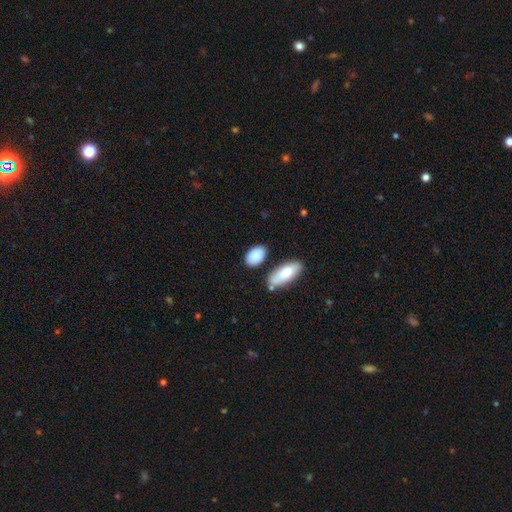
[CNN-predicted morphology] Smooth or featured: smooth — 88% (featured or disk — 6%)
How rounded: in between — 90% (round — 7%)
Merging: none — 72% (minor disturbance — 15%)